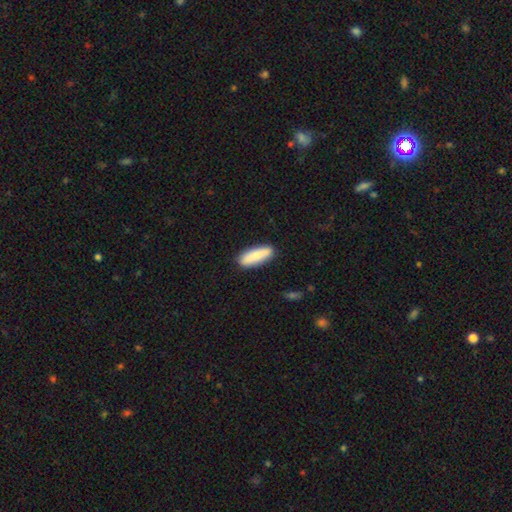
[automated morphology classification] This is likely a smooth galaxy (75%). How rounded: possibly in between (53%). Merging: clearly none (87%).